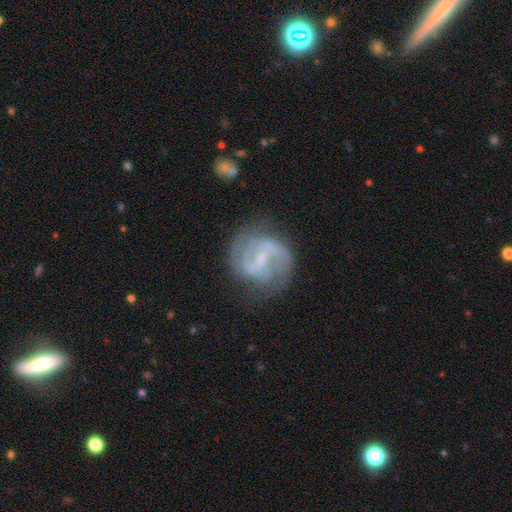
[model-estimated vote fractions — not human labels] A featured or disk galaxy (81%) with a weak bar (47%), 2 (84%) medium (47%) spiral arms (91%) and a small central bulge (65%). Merging: none (76%).